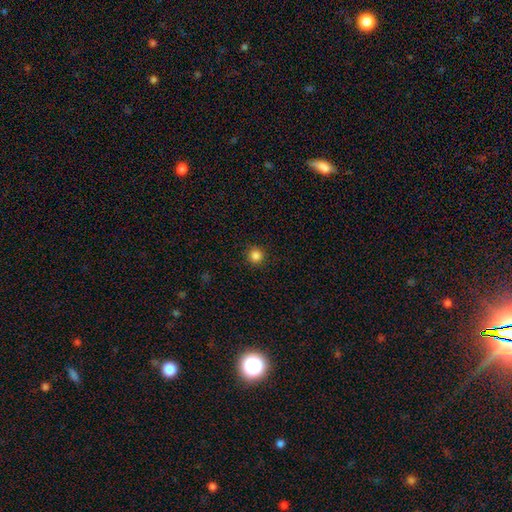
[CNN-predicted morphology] The model was most divided on "smooth or featured": smooth: 85%, star or artifact: 12%, featured or disk: 3%. More confident: how rounded — round (95%); merging — none (91%).